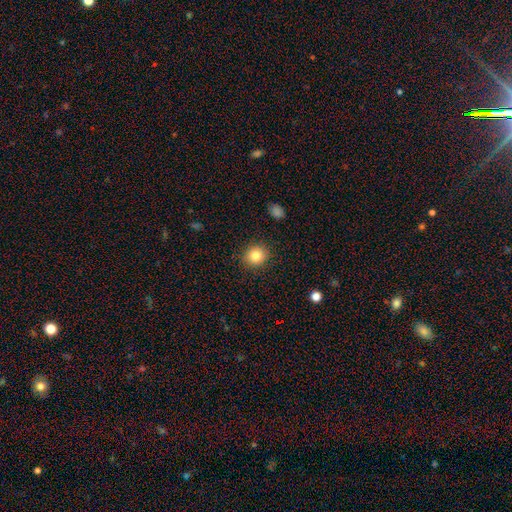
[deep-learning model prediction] smooth 83%, star or artifact 10%, featured or disk 7%. Down the decision tree: how rounded — round (83%); merging — none (90%).